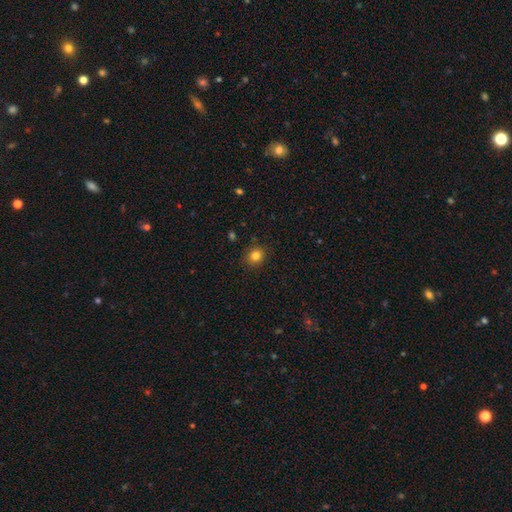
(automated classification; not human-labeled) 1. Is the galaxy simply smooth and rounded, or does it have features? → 82% smooth, 12% star or artifact, 6% featured or disk.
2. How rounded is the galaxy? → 76% round, 23% in between, 1% cigar-shaped.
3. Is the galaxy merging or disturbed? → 88% none, 8% minor disturbance, 2% major disturbance, 1% merger.